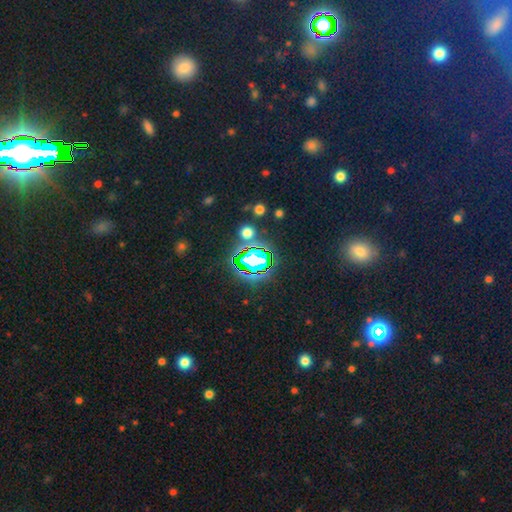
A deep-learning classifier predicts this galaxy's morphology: Smooth or featured?
  - star or artifact: 75% *
  - smooth: 16%
  - featured or disk: 9%